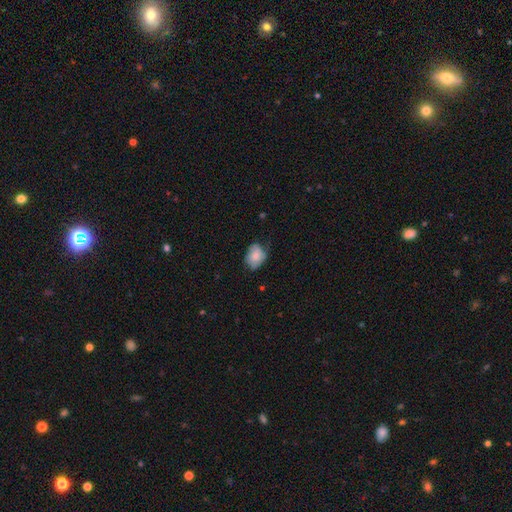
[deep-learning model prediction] Overall: smooth (72%). How rounded: in between (68%; round 31%). Merging: none (50%; minor disturbance 36%).